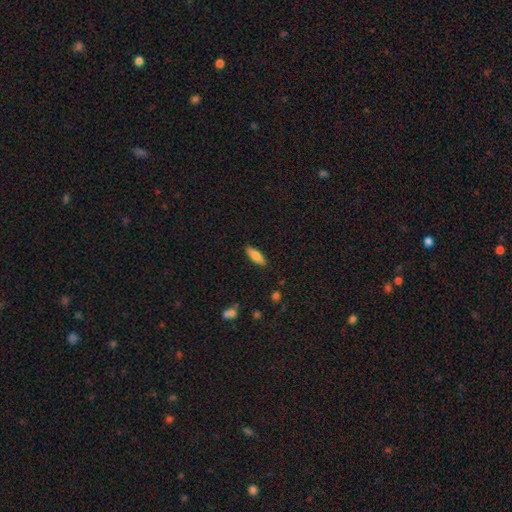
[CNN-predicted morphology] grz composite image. It shows a smooth galaxy with no disk features (77%) that is in between round and cigar-shaped (52%). Merging: none (87%).